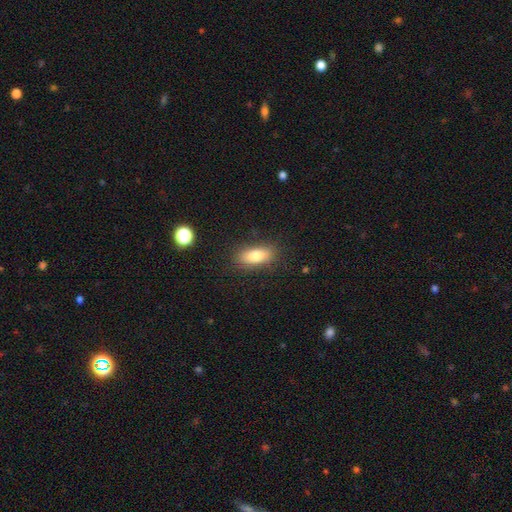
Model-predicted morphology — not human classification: smooth_or_featured: smooth (p=0.77) [alt: featured or disk p=0.15]
how_rounded: in between (p=0.78) [alt: cigar-shaped p=0.17]
merging: none (p=0.84) [alt: minor disturbance p=0.11]